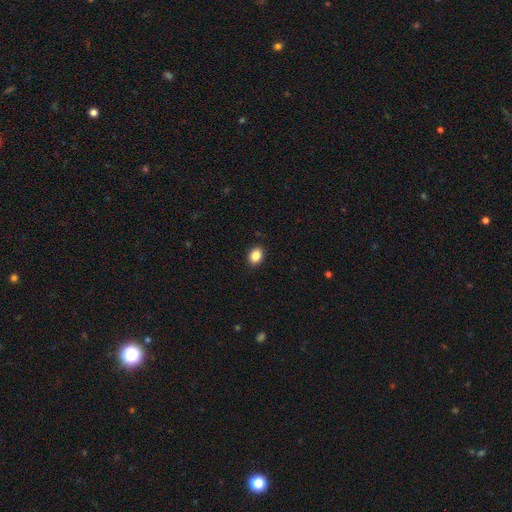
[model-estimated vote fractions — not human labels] smooth-or-featured: smooth: 87% | star or artifact: 9% | featured or disk: 4%
  how-rounded: in between: 56% | round: 43% | cigar-shaped: 1%
  merging: none: 91% | minor disturbance: 6% | major disturbance: 2% | merger: 1%